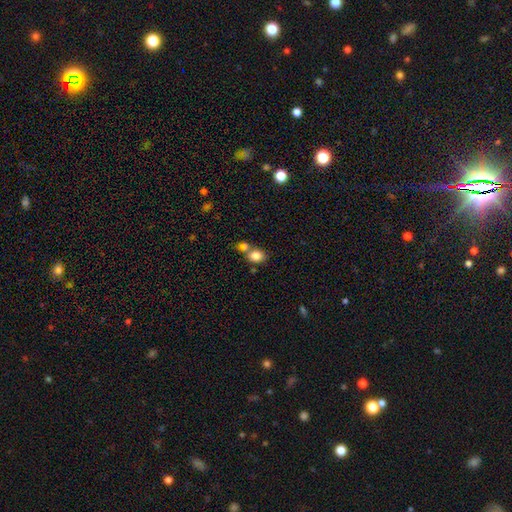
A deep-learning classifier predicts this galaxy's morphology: smooth_or_featured: smooth (p=0.82) [alt: star or artifact p=0.09]
how_rounded: in between (p=0.50) [alt: round p=0.49]
merging: none (p=0.45) [alt: merger p=0.41]